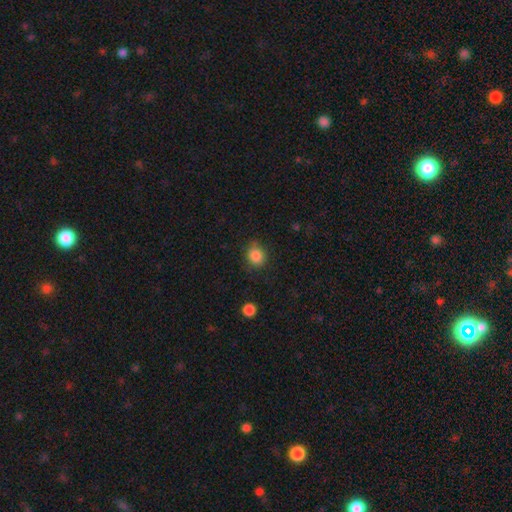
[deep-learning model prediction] Smooth or featured? Predicted: smooth (p=0.86). How rounded? Predicted: round (p=0.71). Merging? Predicted: none (p=0.77).